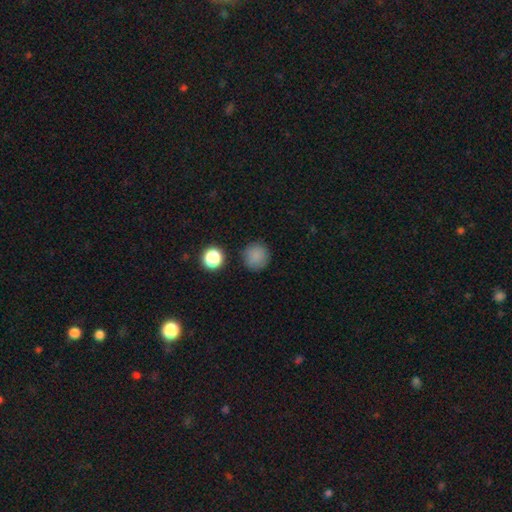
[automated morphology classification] smooth 84%, star or artifact 12%, featured or disk 4%. Down the decision tree: how rounded — round (94%); merging — none (86%).